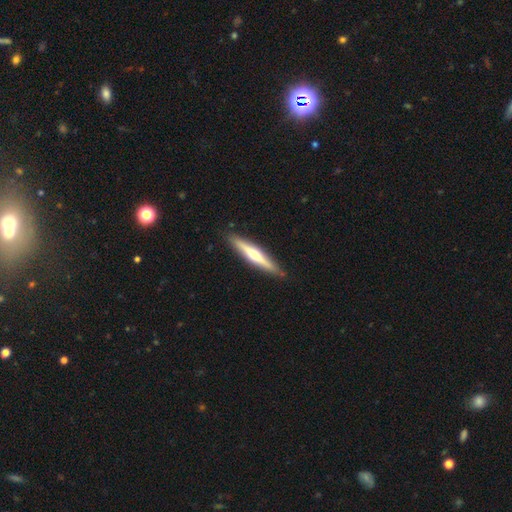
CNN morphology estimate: Smooth or featured?
  - featured or disk: 60% *
  - smooth: 36%
  - star or artifact: 5%
Edge-on disk?
  - yes: 97% *
  - no: 3%
Edge-on bulge?
  - rounded: 83% *
  - none: 11%
  - boxy: 6%
Merging?
  - none: 89% *
  - minor disturbance: 9%
  - major disturbance: 2%
  - merger: 1%